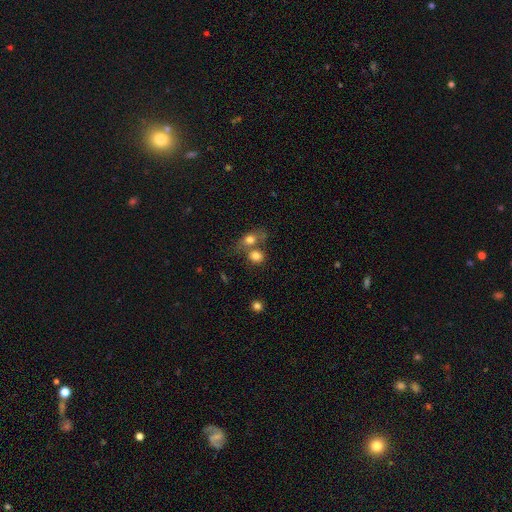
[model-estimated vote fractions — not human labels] smooth 79%, featured or disk 11%, star or artifact 10%. Down the decision tree: how rounded — round (59%); merging — merger (46%).